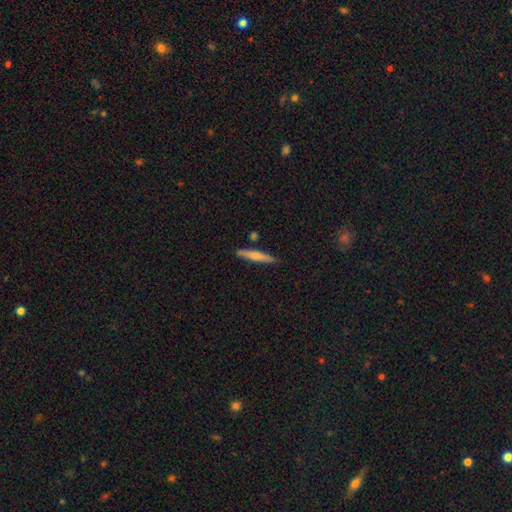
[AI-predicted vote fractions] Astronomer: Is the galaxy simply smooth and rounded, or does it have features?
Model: smooth — 66%.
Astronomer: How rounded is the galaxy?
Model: cigar-shaped — 93%.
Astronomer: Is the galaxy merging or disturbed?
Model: none — 86%.